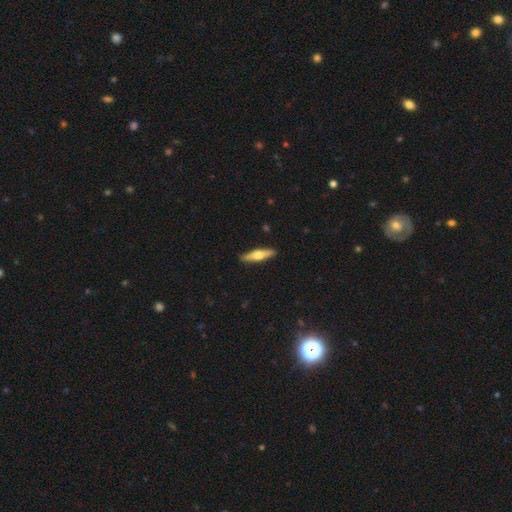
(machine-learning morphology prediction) A featured or disk galaxy (51%) viewed edge-on (93%). Merging: none (91%).